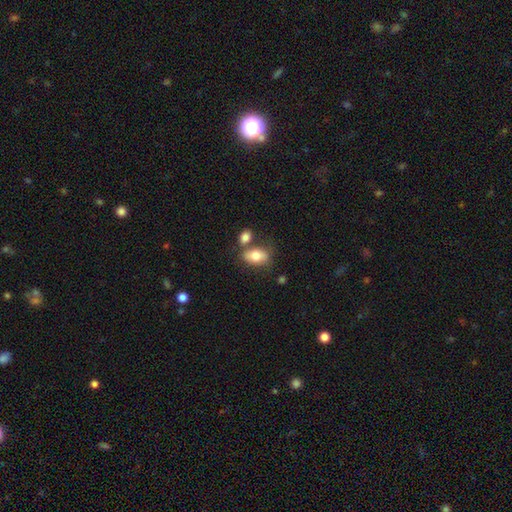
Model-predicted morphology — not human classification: Smooth or featured? smooth (78%)
How rounded? in between (88%)
Merging? none (52%)